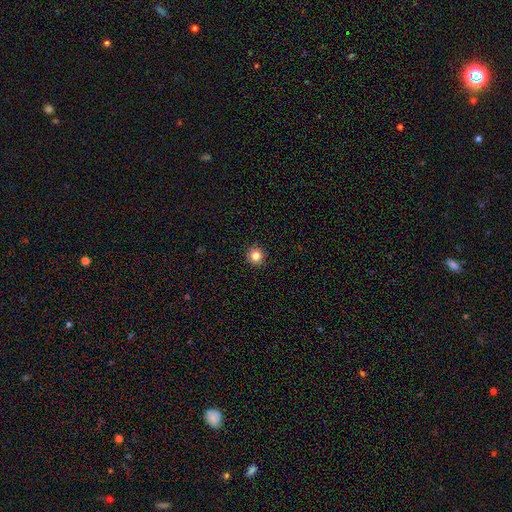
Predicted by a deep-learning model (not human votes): Smooth or featured?
  - smooth: 83% *
  - star or artifact: 12%
  - featured or disk: 5%
How rounded?
  - round: 95% *
  - in between: 4%
  - cigar-shaped: 1%
Merging?
  - none: 93% *
  - minor disturbance: 5%
  - major disturbance: 1%
  - merger: 1%